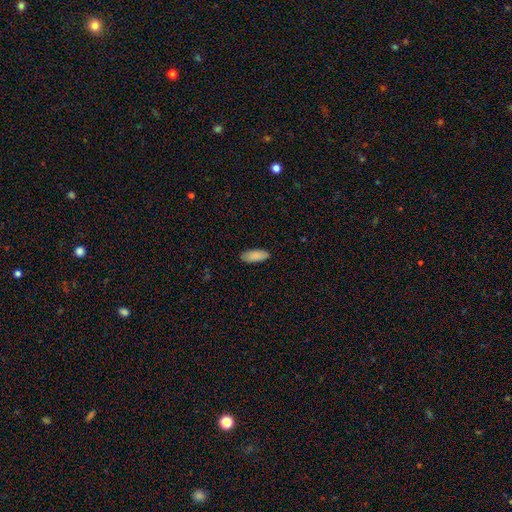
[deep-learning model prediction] Smooth or featured: smooth — 89% (star or artifact — 6%)
How rounded: in between — 78% (cigar-shaped — 20%)
Merging: none — 87% (minor disturbance — 10%)